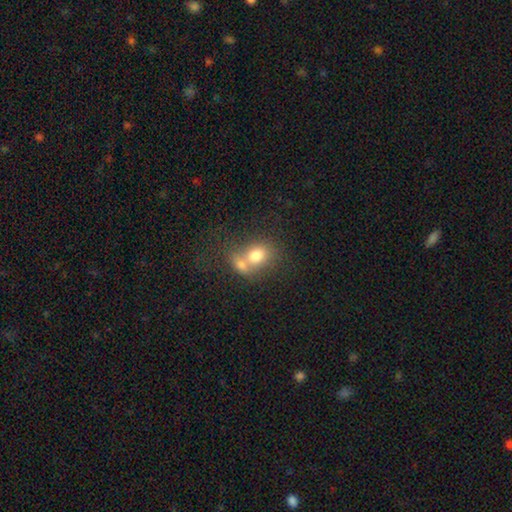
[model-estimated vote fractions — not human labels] Smooth or featured: smooth — 75% (featured or disk — 16%)
How rounded: in between — 55% (round — 44%)
Merging: merger — 62% (none — 25%)